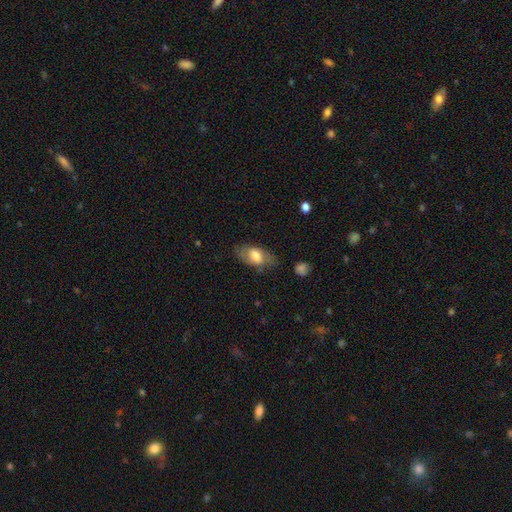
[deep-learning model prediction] Smooth or featured: smooth — 61% (featured or disk — 32%)
How rounded: in between — 89% (cigar-shaped — 6%)
Merging: none — 67% (minor disturbance — 21%)